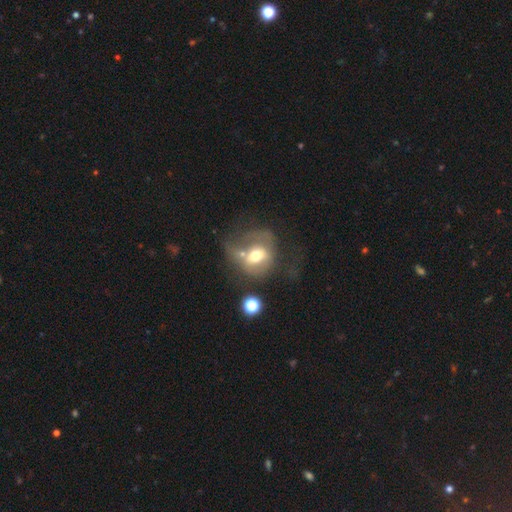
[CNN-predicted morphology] A smooth galaxy with no disk features (47%). Merging: major disturbance (35%).